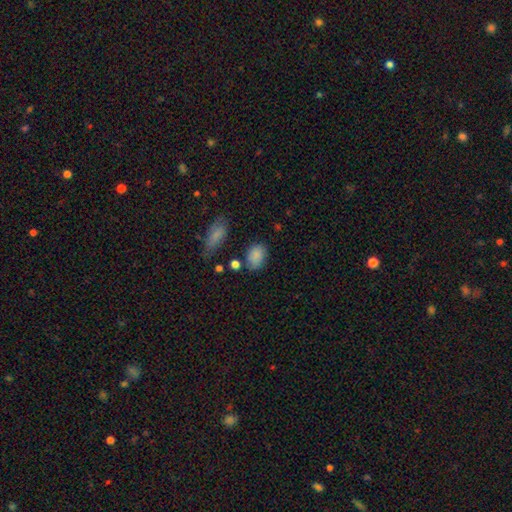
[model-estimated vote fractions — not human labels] smooth-or-featured: smooth: 85% | star or artifact: 9% | featured or disk: 6%
  how-rounded: in between: 80% | round: 19% | cigar-shaped: 2%
  merging: none: 69% | minor disturbance: 19% | merger: 6% | major disturbance: 5%